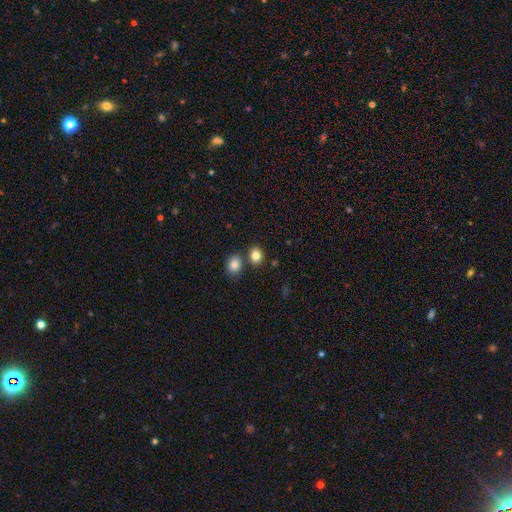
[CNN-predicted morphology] smooth 84%, star or artifact 11%, featured or disk 6%. Down the decision tree: how rounded — round (56%); merging — none (69%).